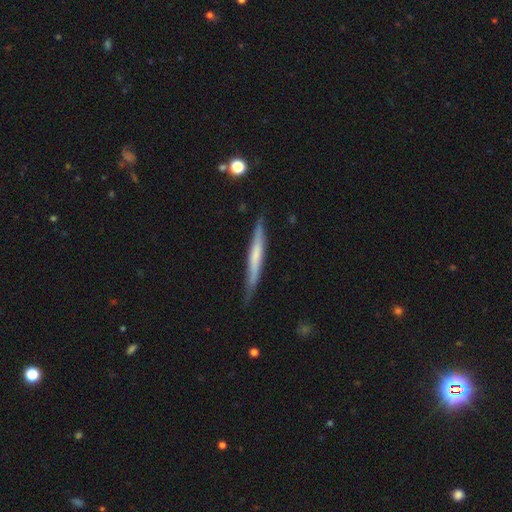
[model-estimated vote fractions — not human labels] featured or disk 49%, smooth 45%, star or artifact 5%. Down the decision tree: merging — none (82%).